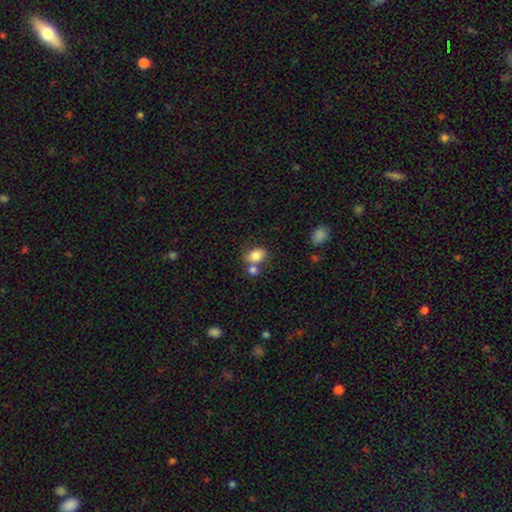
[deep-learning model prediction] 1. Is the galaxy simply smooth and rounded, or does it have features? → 82% smooth, 9% star or artifact, 9% featured or disk.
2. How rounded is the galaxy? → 71% in between, 28% round, 1% cigar-shaped.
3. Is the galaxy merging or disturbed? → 49% none, 31% merger, 14% minor disturbance, 5% major disturbance.